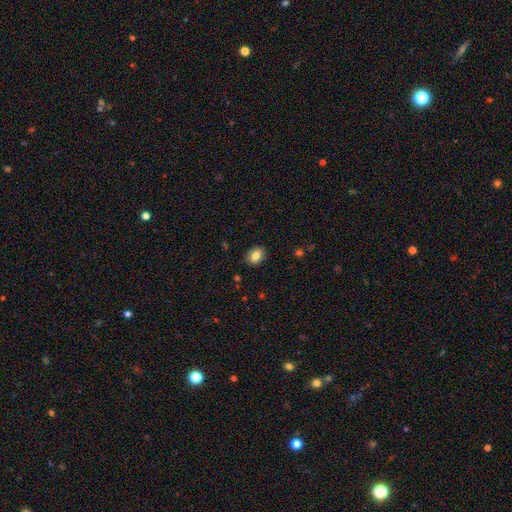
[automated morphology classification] smooth_or_featured: smooth (p=0.81) [alt: featured or disk p=0.11]
how_rounded: in between (p=0.70) [alt: round p=0.29]
merging: none (p=0.88) [alt: minor disturbance p=0.09]